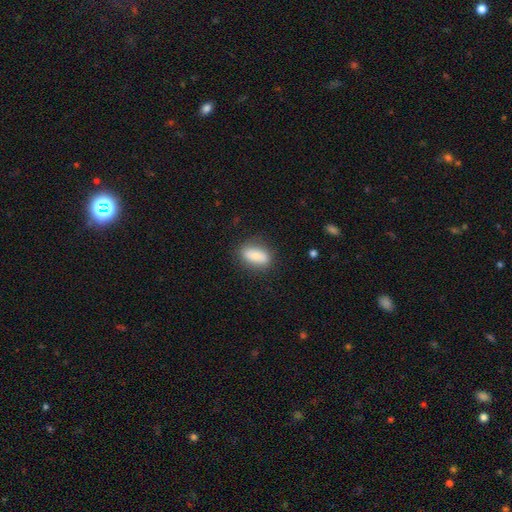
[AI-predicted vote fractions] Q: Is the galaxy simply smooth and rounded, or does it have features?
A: smooth — 74%.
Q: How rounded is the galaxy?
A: in between — 85%.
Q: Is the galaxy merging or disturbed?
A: none — 81%.